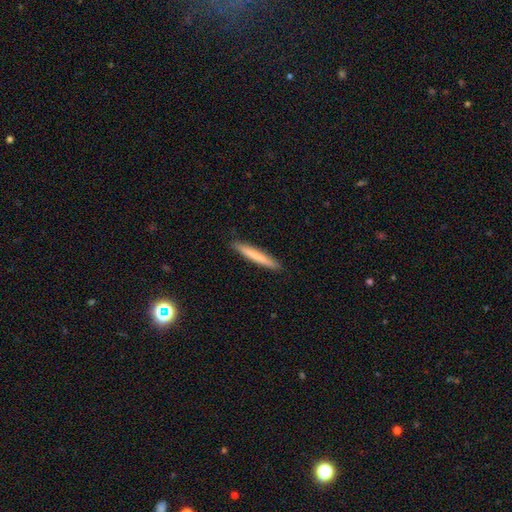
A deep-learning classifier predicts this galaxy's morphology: smooth_or_featured: smooth (p=0.74) [alt: featured or disk p=0.20]
how_rounded: cigar-shaped (p=0.96) [alt: in between p=0.03]
merging: none (p=0.91) [alt: minor disturbance p=0.07]